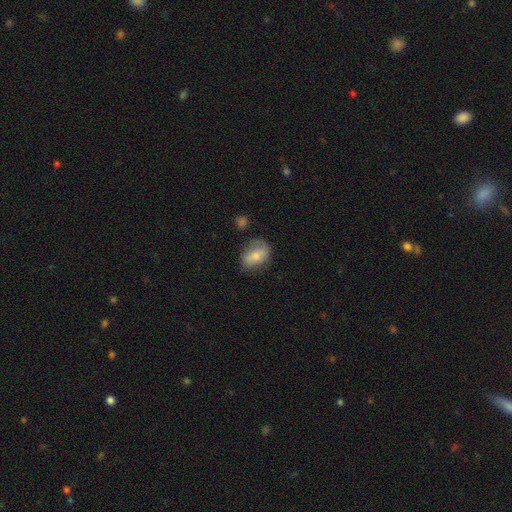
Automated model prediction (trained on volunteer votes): Smooth or featured: smooth — 67% (featured or disk — 25%)
How rounded: in between — 79% (round — 19%)
Merging: none — 56% (minor disturbance — 29%)